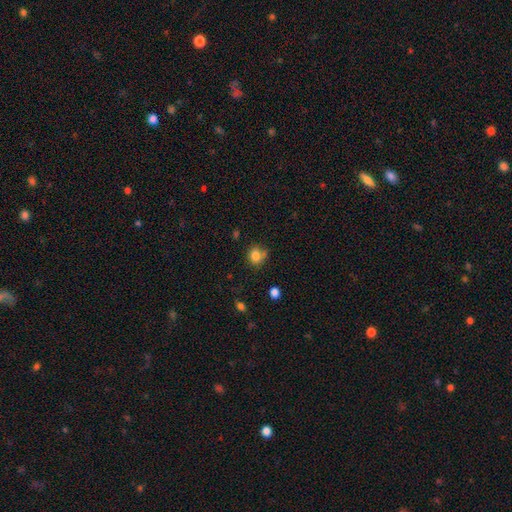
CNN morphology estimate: smooth 81%, star or artifact 12%, featured or disk 7%. Down the decision tree: how rounded — round (73%); merging — none (60%).